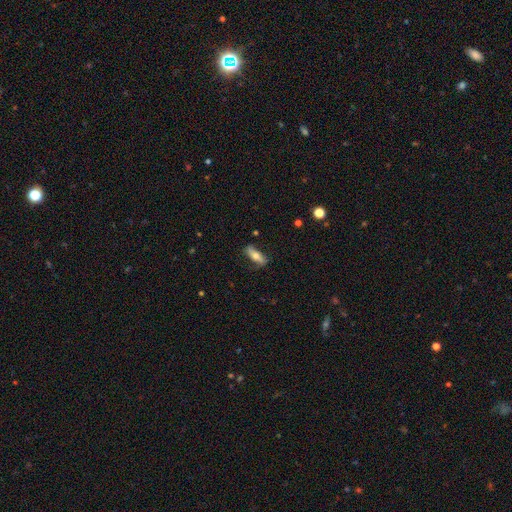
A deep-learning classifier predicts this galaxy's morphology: A smooth galaxy with no disk features (51%) that is in between round and cigar-shaped (53%). Merging: none (73%).